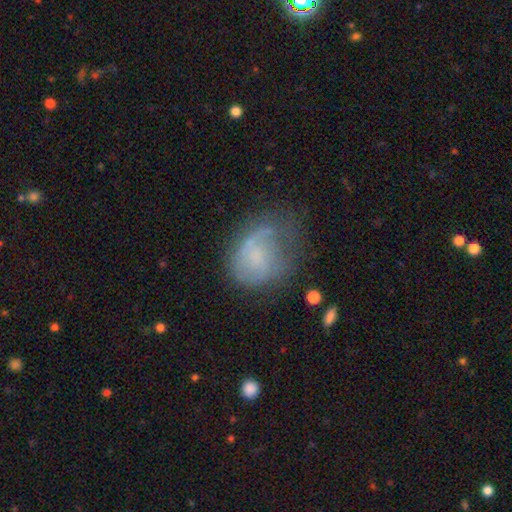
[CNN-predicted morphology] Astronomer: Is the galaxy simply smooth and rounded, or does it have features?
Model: smooth — 47% (runner-up: featured or disk, 42%).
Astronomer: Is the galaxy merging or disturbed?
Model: major disturbance — 35% (runner-up: none, 33%).